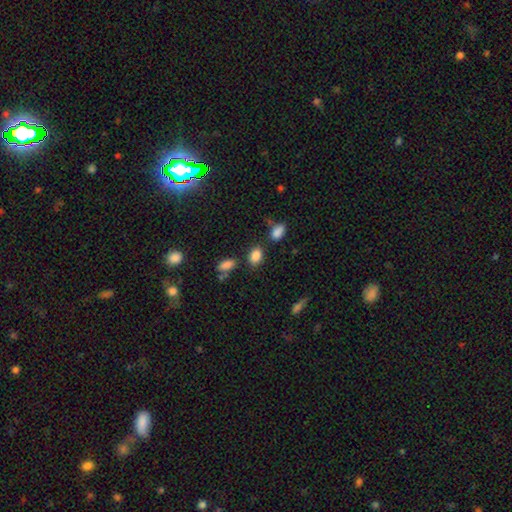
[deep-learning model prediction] smooth_or_featured: smooth (p=0.85) [alt: star or artifact p=0.10]
how_rounded: in between (p=0.80) [alt: round p=0.18]
merging: none (p=0.74) [alt: minor disturbance p=0.13]